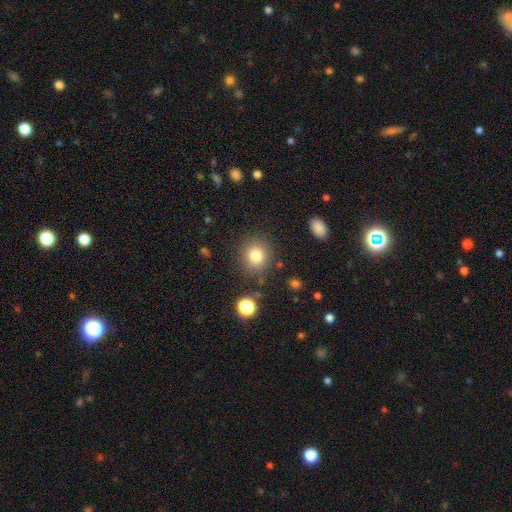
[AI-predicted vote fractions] The model was most divided on "how rounded": round: 84%, in between: 15%, cigar-shaped: 1%. More confident: merging — none (83%); smooth or featured — smooth (81%).